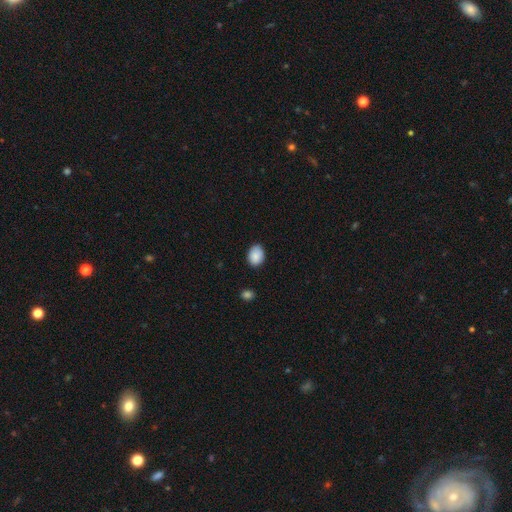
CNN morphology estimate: A smooth galaxy with no disk features (87%) that is in between round and cigar-shaped (66%).

Vote fractions:
- Smooth or featured? smooth: 87% / star or artifact: 8% / featured or disk: 5%
- How rounded? in between: 66% / round: 33% / cigar-shaped: 1%
- Merging? none: 80% / minor disturbance: 16% / major disturbance: 2% / merger: 1%